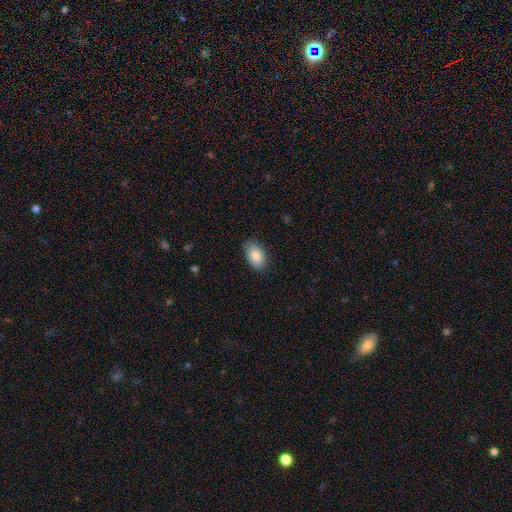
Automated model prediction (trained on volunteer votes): smooth_or_featured: smooth (p=0.86) [alt: featured or disk p=0.08]
how_rounded: in between (p=0.91) [alt: round p=0.08]
merging: none (p=0.79) [alt: minor disturbance p=0.17]